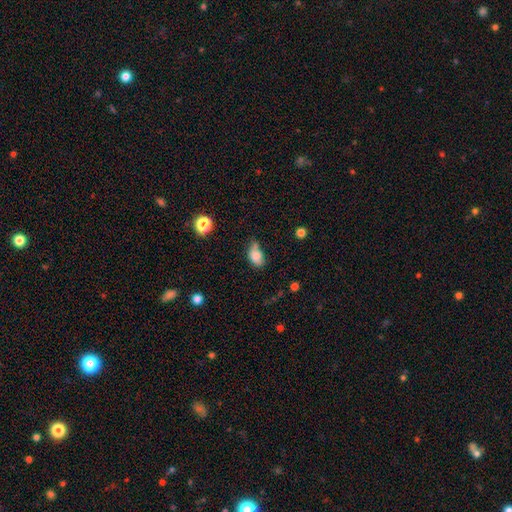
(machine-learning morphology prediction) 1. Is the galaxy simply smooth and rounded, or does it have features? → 78% smooth, 12% featured or disk, 11% star or artifact.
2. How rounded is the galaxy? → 82% in between, 16% round, 2% cigar-shaped.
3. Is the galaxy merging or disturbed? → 36% none, 35% minor disturbance, 15% merger, 14% major disturbance.